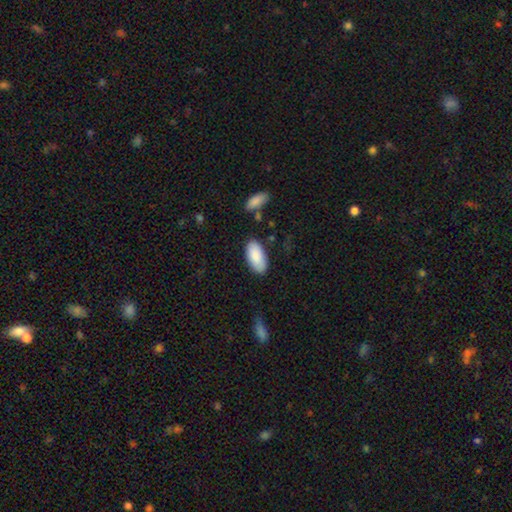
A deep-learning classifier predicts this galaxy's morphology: Smooth or featured?
  - smooth: 89% *
  - featured or disk: 6%
  - star or artifact: 6%
How rounded?
  - in between: 94% *
  - cigar-shaped: 4%
  - round: 2%
Merging?
  - none: 83% *
  - minor disturbance: 12%
  - major disturbance: 3%
  - merger: 2%